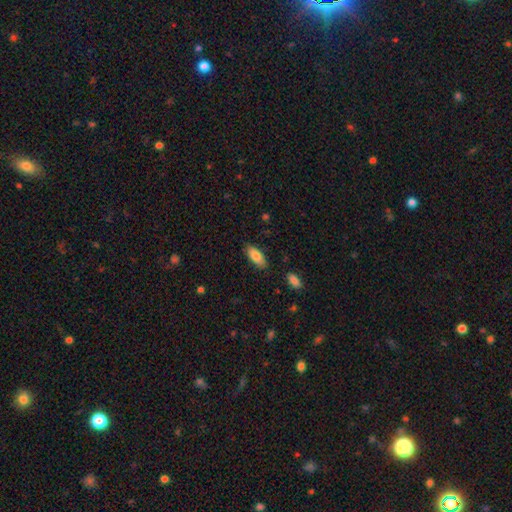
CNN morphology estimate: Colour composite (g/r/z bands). It shows a smooth galaxy with no disk features (82%) that is in between round and cigar-shaped (80%). Merging: none (85%).